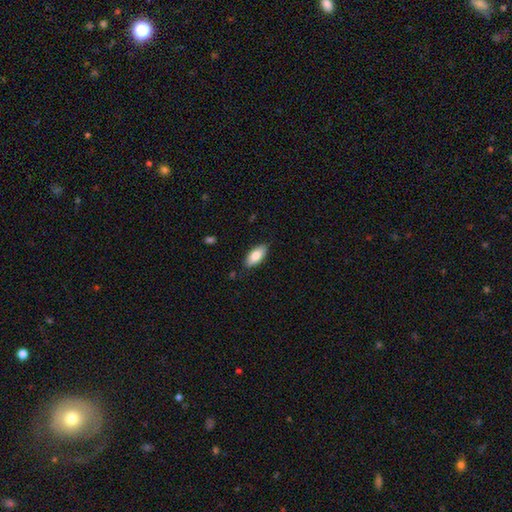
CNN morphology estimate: A smooth galaxy with no disk features (80%) that is in between round and cigar-shaped (89%).

Vote fractions:
- Smooth or featured? smooth: 80% / featured or disk: 13% / star or artifact: 6%
- How rounded? in between: 89% / cigar-shaped: 9% / round: 2%
- Merging? none: 86% / minor disturbance: 11% / major disturbance: 2% / merger: 1%